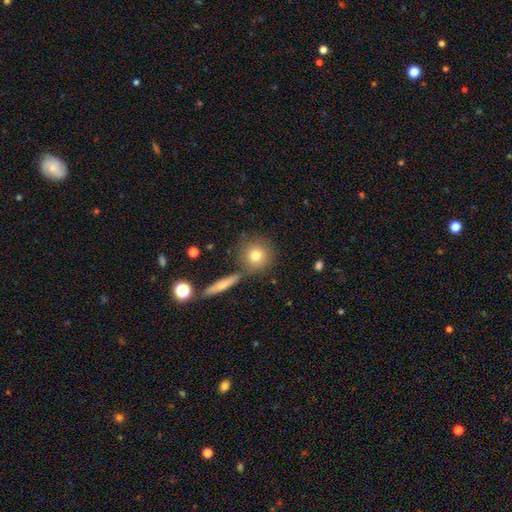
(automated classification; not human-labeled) A smooth galaxy with no disk features (77%) that is round (90%). Merging: none (73%).